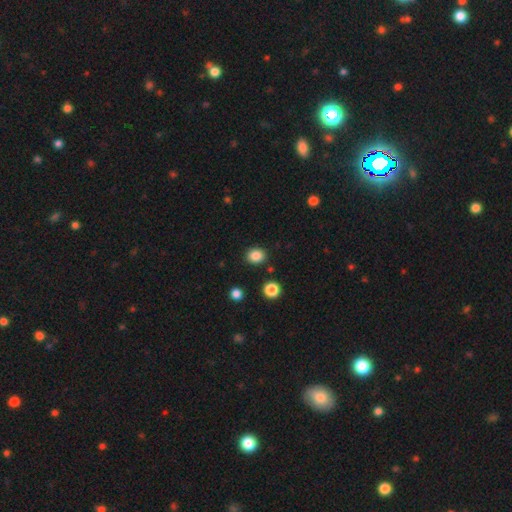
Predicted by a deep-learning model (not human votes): A smooth galaxy with no disk features (85%) that is round (69%).

Vote fractions:
- Smooth or featured? smooth: 85% / star or artifact: 11% / featured or disk: 4%
- How rounded? round: 69% / in between: 30% / cigar-shaped: 1%
- Merging? none: 88% / minor disturbance: 7% / merger: 2% / major disturbance: 2%